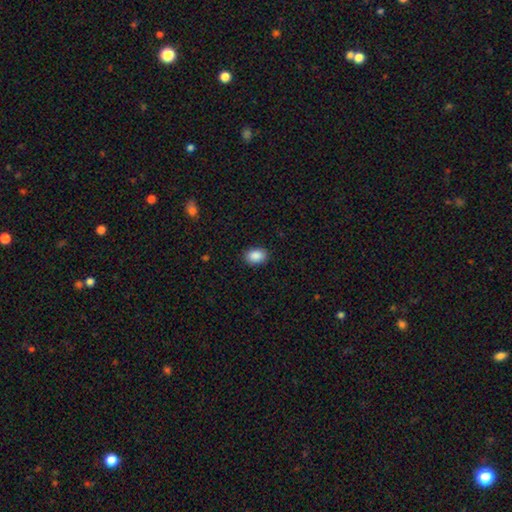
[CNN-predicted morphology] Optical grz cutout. It shows a smooth galaxy with no disk features (89%) that is in between round and cigar-shaped (76%). Merging: none (89%).